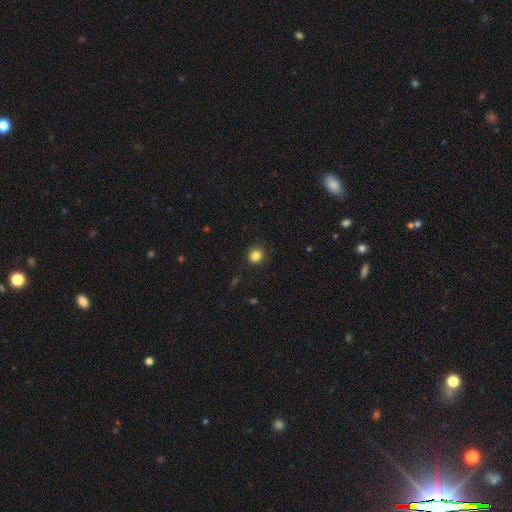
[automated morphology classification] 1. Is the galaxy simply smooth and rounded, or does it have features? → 84% smooth, 11% star or artifact, 5% featured or disk.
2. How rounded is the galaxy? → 86% round, 13% in between, 1% cigar-shaped.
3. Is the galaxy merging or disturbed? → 90% none, 7% minor disturbance, 2% major disturbance, 1% merger.